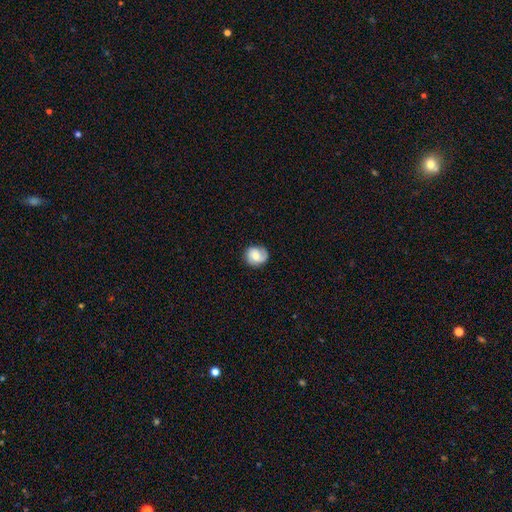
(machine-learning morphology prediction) A featured or disk galaxy (46%, tied with smooth).

Vote fractions:
- Smooth or featured? featured or disk: 46% (tied) / smooth: 46% (tied) / star or artifact: 8%
- Merging? none: 76% / minor disturbance: 18% / major disturbance: 6% / merger: 1%